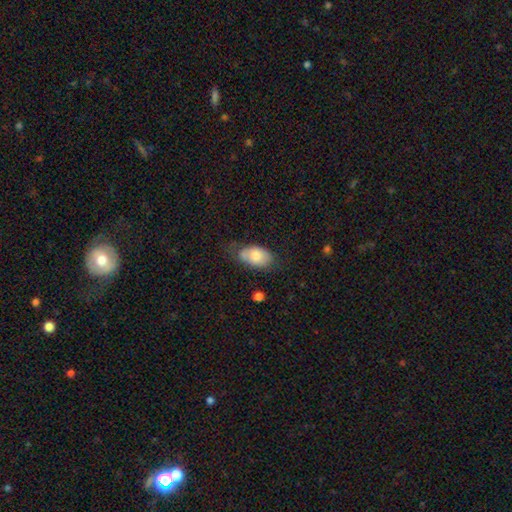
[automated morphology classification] Overall: smooth (73%). How rounded: in between (91%). Merging: none (57%; minor disturbance 30%).